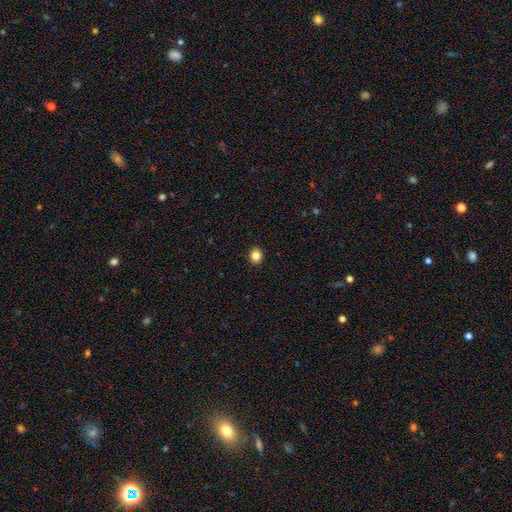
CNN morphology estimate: Overall: smooth (84%). How rounded: round (82%). Merging: none (93%).